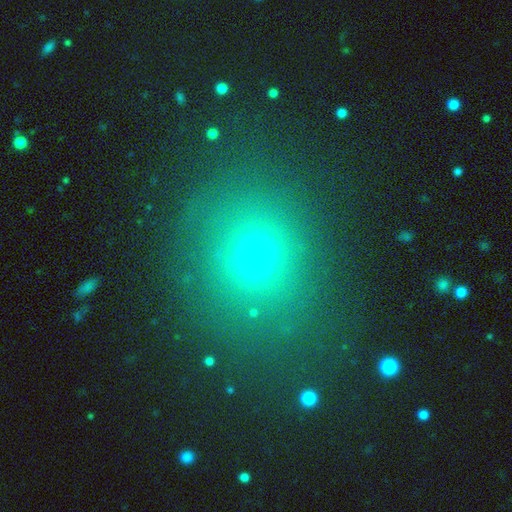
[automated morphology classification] The model was most divided on "smooth or featured": smooth: 63%, star or artifact: 28%, featured or disk: 9%. More confident: merging — none (85%); how rounded — round (72%).